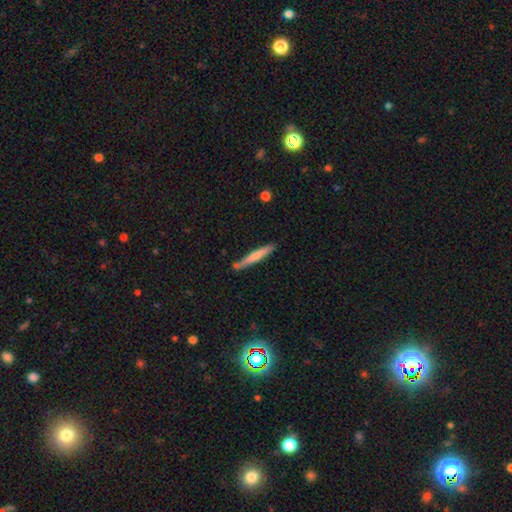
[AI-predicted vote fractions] Overall: smooth (61%; featured or disk 34%). How rounded: cigar-shaped (95%). Merging: none (78%).